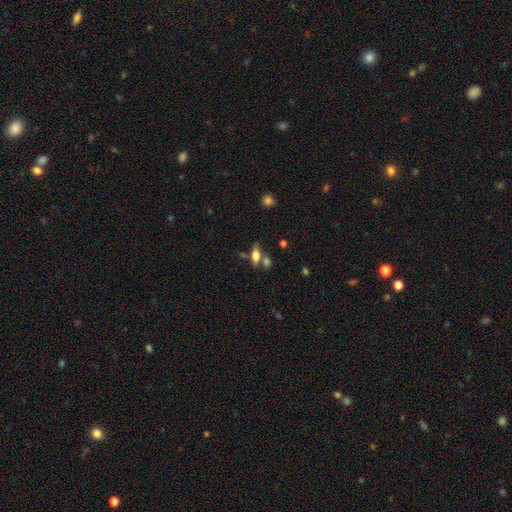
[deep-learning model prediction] A smooth galaxy with no disk features (62%) that is in between round and cigar-shaped (63%).

Vote fractions:
- Smooth or featured? smooth: 62% / featured or disk: 28% / star or artifact: 10%
- How rounded? in between: 63% / cigar-shaped: 32% / round: 5%
- Merging? none: 58% / merger: 24% / minor disturbance: 13% / major disturbance: 5%